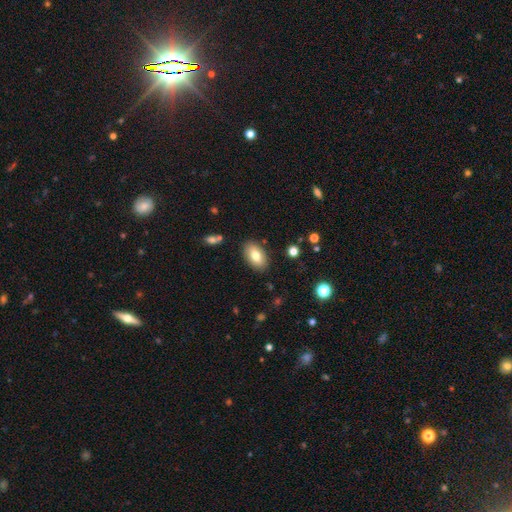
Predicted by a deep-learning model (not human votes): This appears to be a smooth galaxy with no disk features (78%) that is in between round and cigar-shaped (92%). Merging: none (85%).